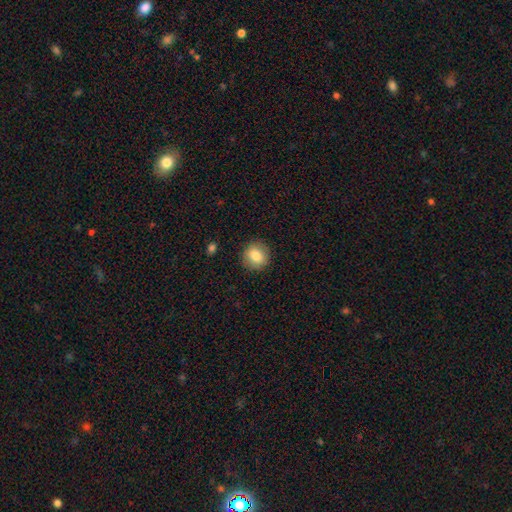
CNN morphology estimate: type=smooth (82%); roundness=round (87%); merging=none (90%).